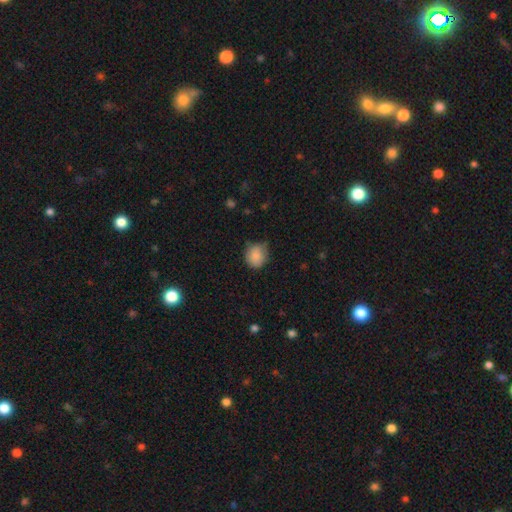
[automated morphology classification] The model was most divided on "merging": none: 62%, minor disturbance: 31%, major disturbance: 6%, merger: 2%. More confident: smooth or featured — smooth (85%); how rounded — round (74%).